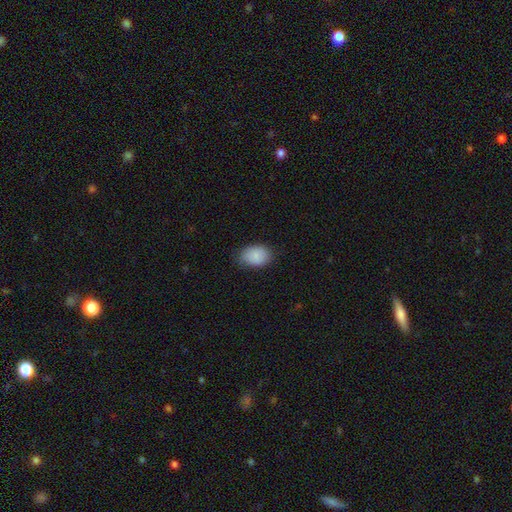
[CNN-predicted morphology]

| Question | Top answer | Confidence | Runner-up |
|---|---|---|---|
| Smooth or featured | smooth | 87% | star or artifact (7%) |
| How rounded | in between | 79% | round (20%) |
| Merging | none | 75% | minor disturbance (20%) |